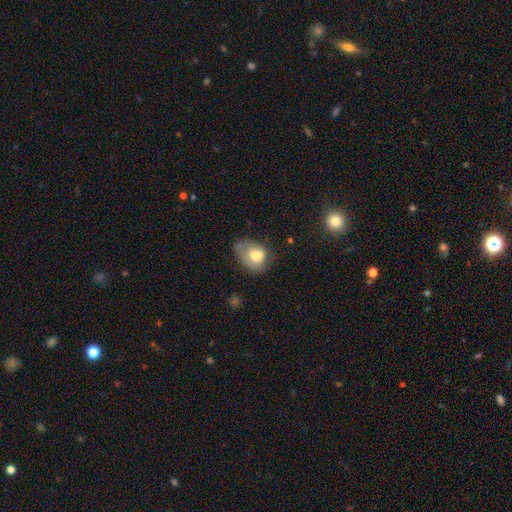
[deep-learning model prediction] A smooth galaxy with no disk features (70%) that is in between round and cigar-shaped (61%). Merging: minor disturbance (38%).